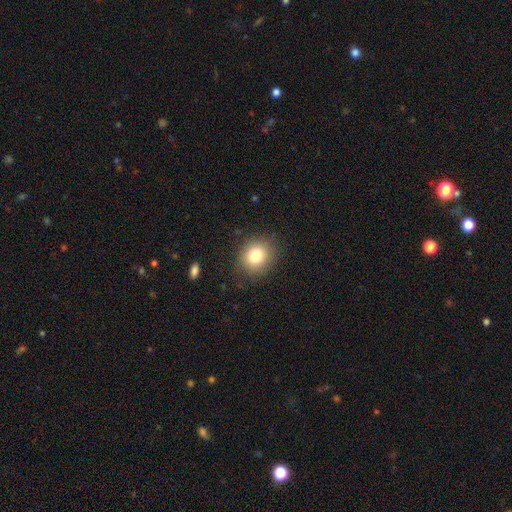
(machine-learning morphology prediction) Smooth or featured: smooth — 81% (star or artifact — 10%)
How rounded: round — 73% (in between — 26%)
Merging: none — 86% (minor disturbance — 10%)